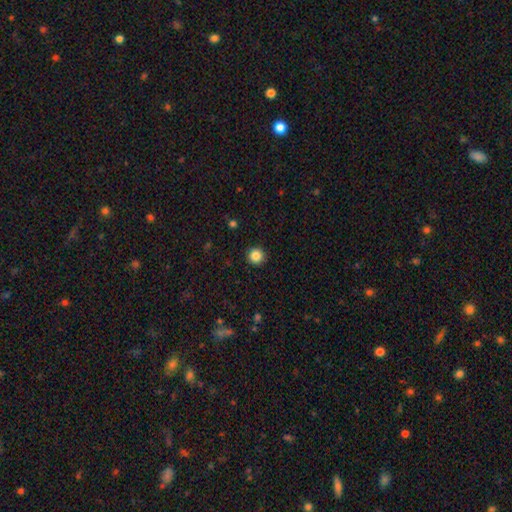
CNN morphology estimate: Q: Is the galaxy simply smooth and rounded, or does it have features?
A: smooth — 85%.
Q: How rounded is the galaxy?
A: round — 95%.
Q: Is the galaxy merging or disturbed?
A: none — 93%.